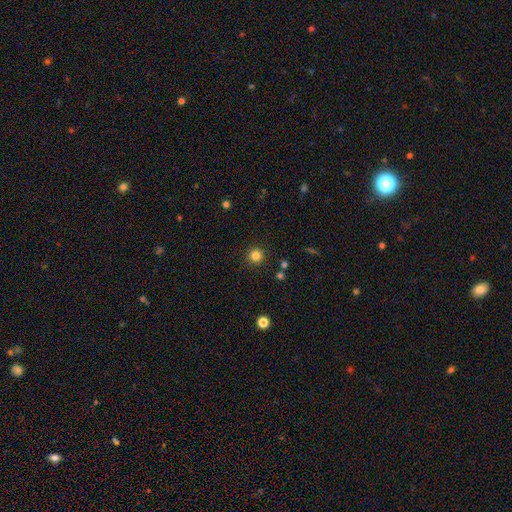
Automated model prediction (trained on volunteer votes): smooth-or-featured: smooth: 83% | star or artifact: 13% | featured or disk: 4%
  how-rounded: round: 95% | in between: 4% | cigar-shaped: 1%
  merging: none: 90% | minor disturbance: 6% | major disturbance: 2% | merger: 2%